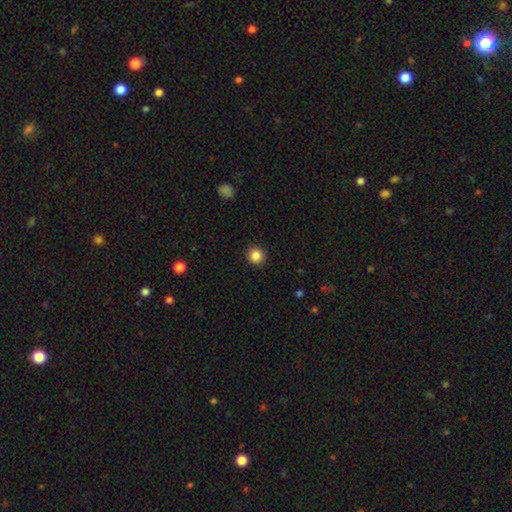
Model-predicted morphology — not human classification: smooth_or_featured: smooth (p=0.87) [alt: star or artifact p=0.10]
how_rounded: round (p=0.92) [alt: in between p=0.07]
merging: none (p=0.91) [alt: minor disturbance p=0.06]